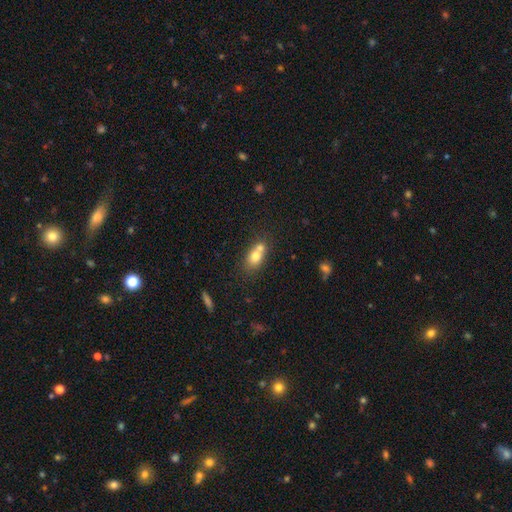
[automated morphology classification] A smooth galaxy with no disk features (71%) that is in between round and cigar-shaped (63%). Merging: merger (56%).